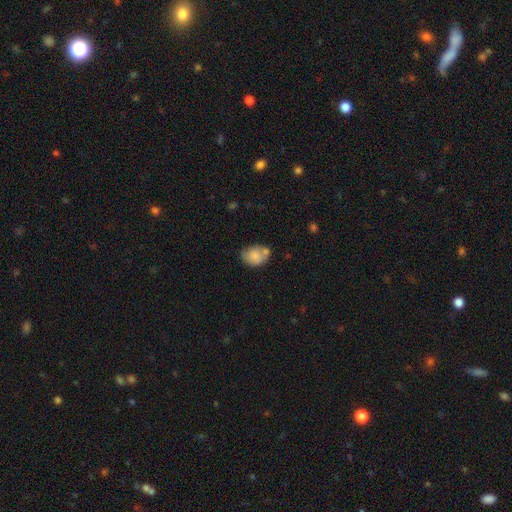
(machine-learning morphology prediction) type=smooth (78%); roundness=in between (63%); merging=none (46%).